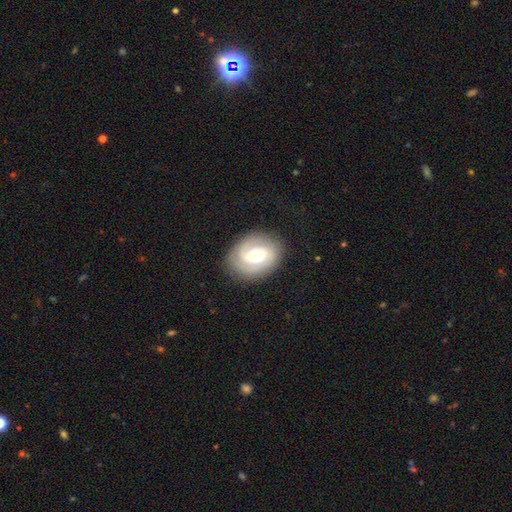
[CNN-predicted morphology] smooth-or-featured: featured or disk: 63% | smooth: 30% | star or artifact: 7%
  disk-edge-on: no: 96% | yes: 4%
    bar: weak: 46% | no: 35% | strong: 19%
    has-spiral-arms: yes: 78% | no: 22%
    bulge-size: moderate: 70% | small: 17% | large: 11% | dominant: 1% | none: 1%
  merging: none: 83% | minor disturbance: 12% | major disturbance: 4% | merger: 1%